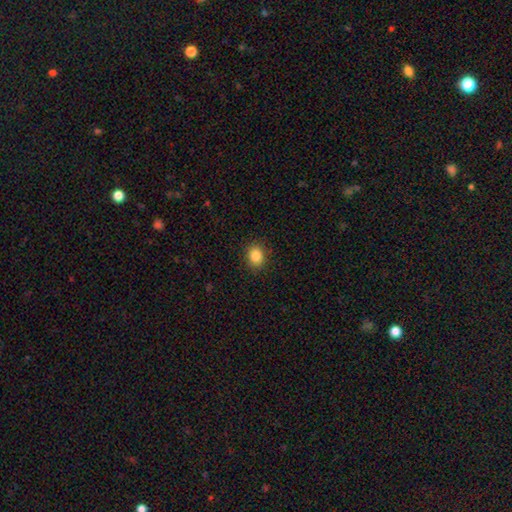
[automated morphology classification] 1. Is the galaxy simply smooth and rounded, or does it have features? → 86% smooth, 10% star or artifact, 4% featured or disk.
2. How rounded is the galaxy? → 63% round, 36% in between, 1% cigar-shaped.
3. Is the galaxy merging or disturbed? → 89% none, 8% minor disturbance, 2% major disturbance, 1% merger.